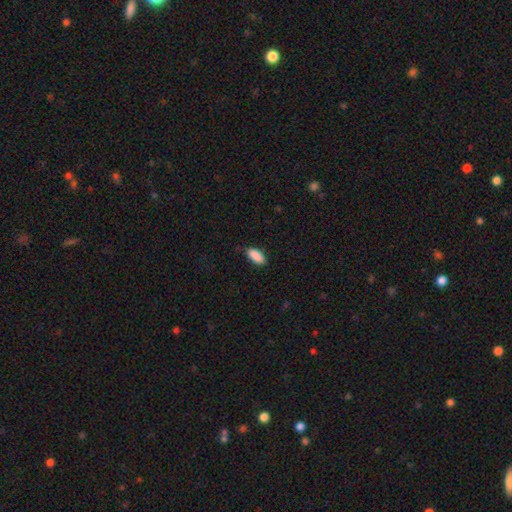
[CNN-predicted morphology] This appears to be a smooth galaxy with no disk features (90%) that is in between round and cigar-shaped (83%). Merging: none (83%).